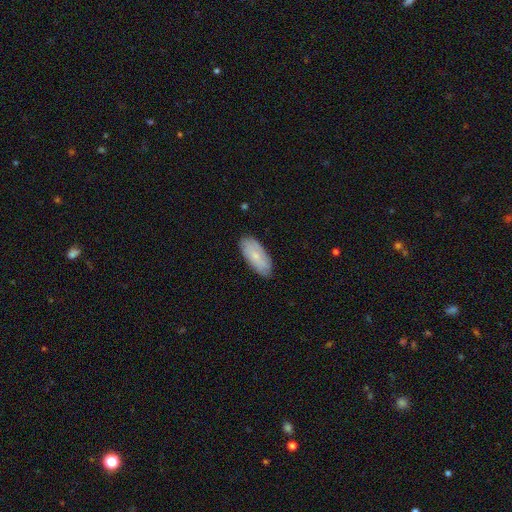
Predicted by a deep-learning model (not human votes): Smooth or featured? Predicted: smooth (p=0.65). How rounded? Predicted: in between (p=0.86). Merging? Predicted: none (p=0.84).